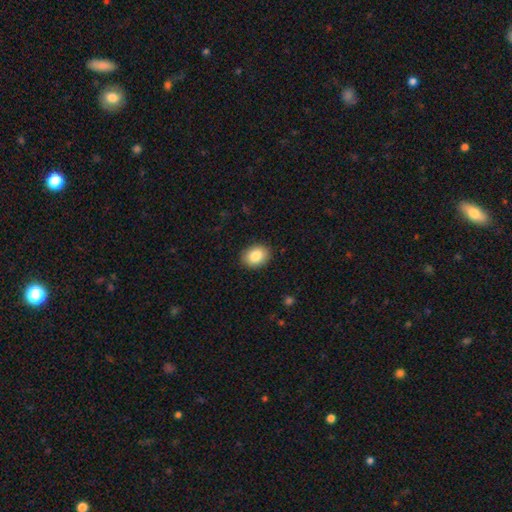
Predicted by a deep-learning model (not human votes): A smooth galaxy with no disk features (85%) that is in between round and cigar-shaped (64%). Merging: none (89%).